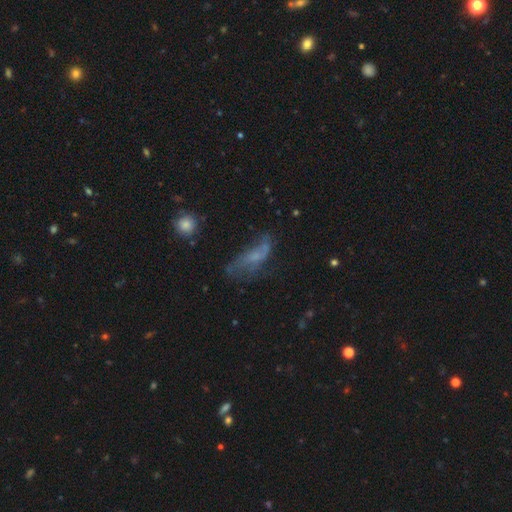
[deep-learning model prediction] smooth_or_featured: featured or disk (p=0.49) [alt: smooth p=0.37]
merging: none (p=0.38) [alt: major disturbance p=0.30]